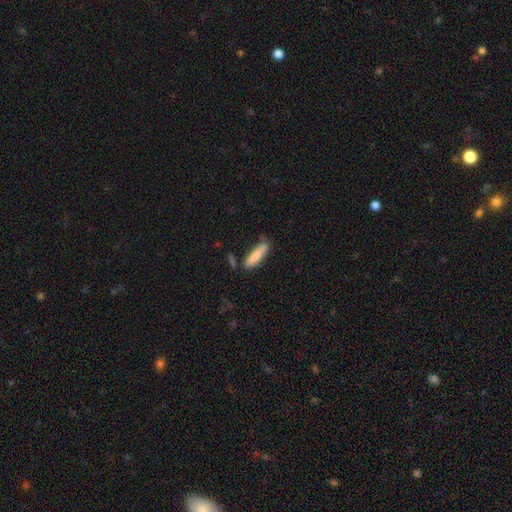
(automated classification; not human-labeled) This is clearly a smooth galaxy (83%). How rounded: likely cigar-shaped (72%). Merging: likely none (72%).